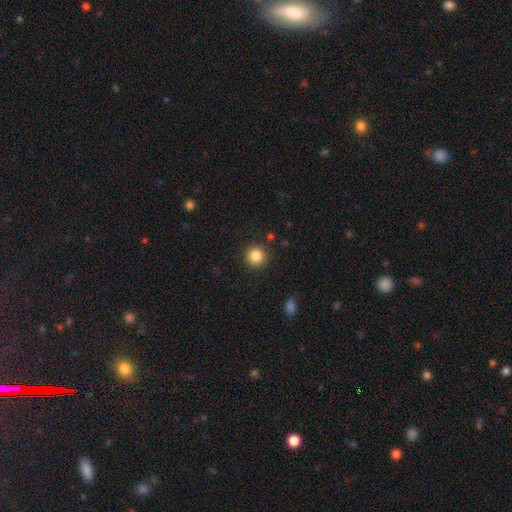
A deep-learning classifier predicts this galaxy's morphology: smooth_or_featured: smooth (p=0.85) [alt: star or artifact p=0.11]
how_rounded: round (p=0.94) [alt: in between p=0.05]
merging: none (p=0.91) [alt: minor disturbance p=0.06]